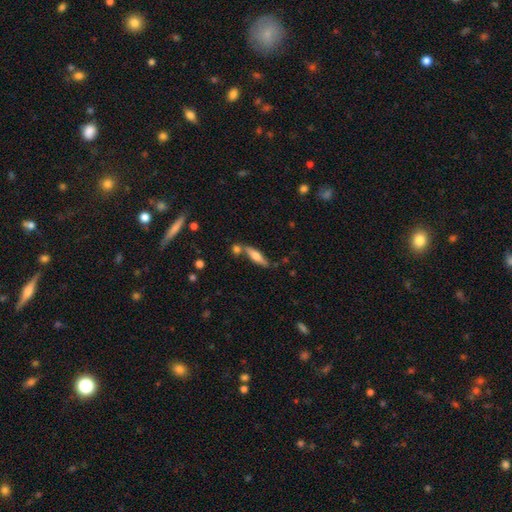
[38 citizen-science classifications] Smooth or featured? smooth (55%)
How rounded? cigar-shaped (67%)
Merging? none (64%)